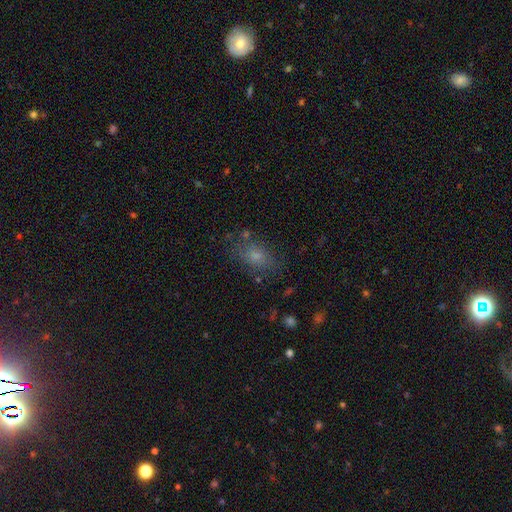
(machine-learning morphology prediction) This is likely a smooth galaxy (71%). How rounded: likely in between (77%). Merging: likely none (73%).